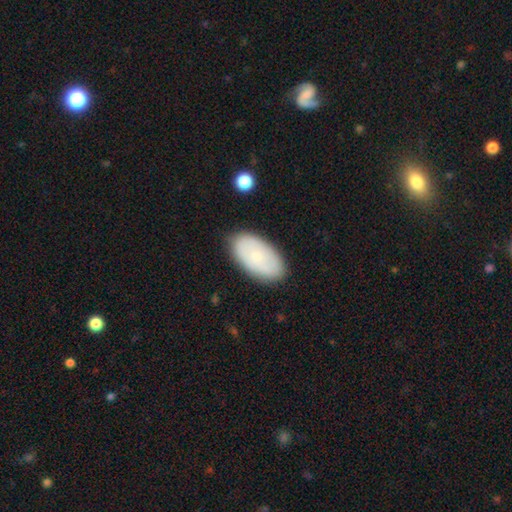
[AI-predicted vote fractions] Q: Smooth or featured?
A: smooth (68%); runner-up: featured or disk (25%)
Q: How rounded?
A: in between (95%); runner-up: round (3%)
Q: Merging?
A: none (85%); runner-up: minor disturbance (11%)